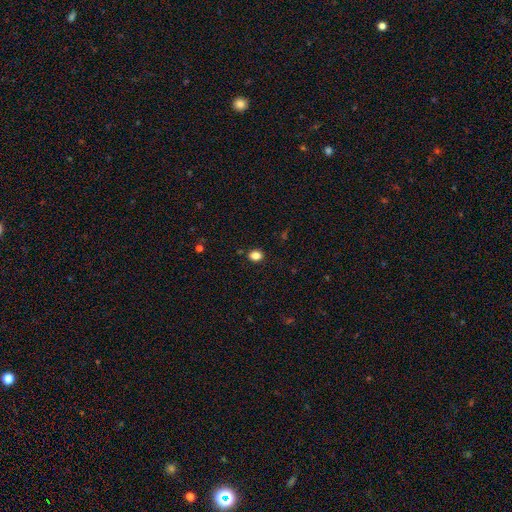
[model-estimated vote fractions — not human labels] Overall: smooth (84%). How rounded: round (51%; in between 48%). Merging: none (89%).